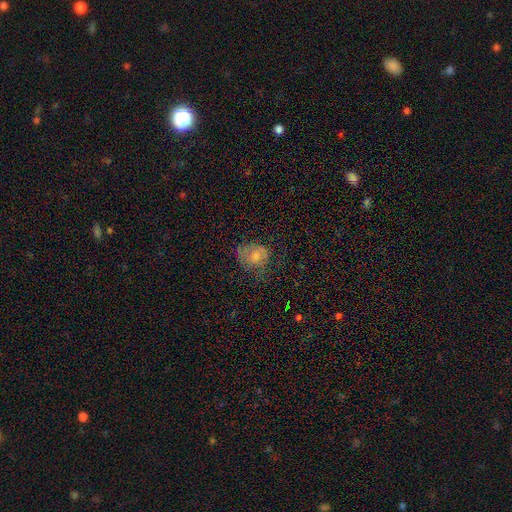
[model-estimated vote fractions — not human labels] Overall: smooth (51%; featured or disk 33%). How rounded: round (62%; in between 37%). Merging: none (55%; minor disturbance 26%).